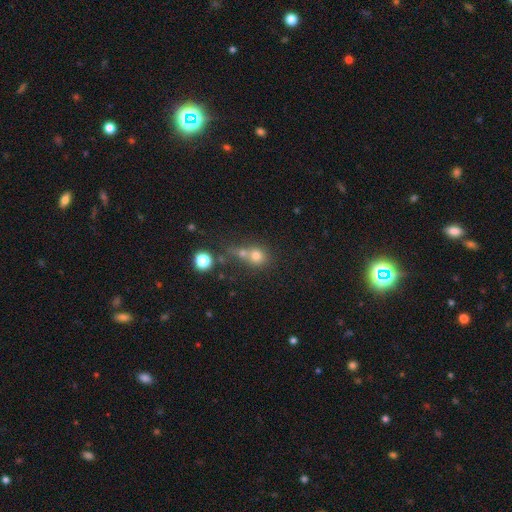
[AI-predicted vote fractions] This appears to be a smooth galaxy with no disk features (71%) that is round (82%). Merging: merger (50%).